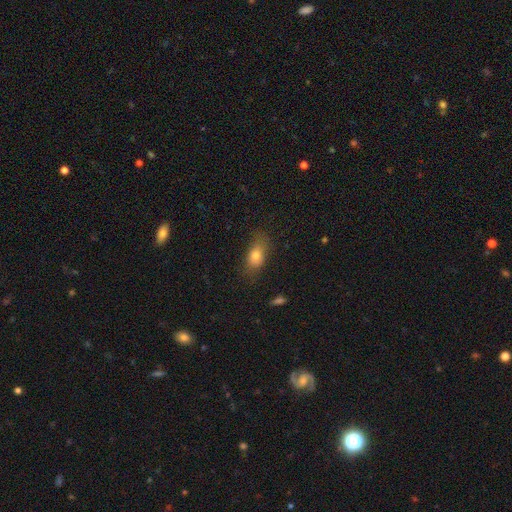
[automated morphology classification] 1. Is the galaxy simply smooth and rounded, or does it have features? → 77% smooth, 13% featured or disk, 10% star or artifact.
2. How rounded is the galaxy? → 80% in between, 13% round, 6% cigar-shaped.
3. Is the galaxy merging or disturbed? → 65% none, 24% minor disturbance, 9% major disturbance, 2% merger.